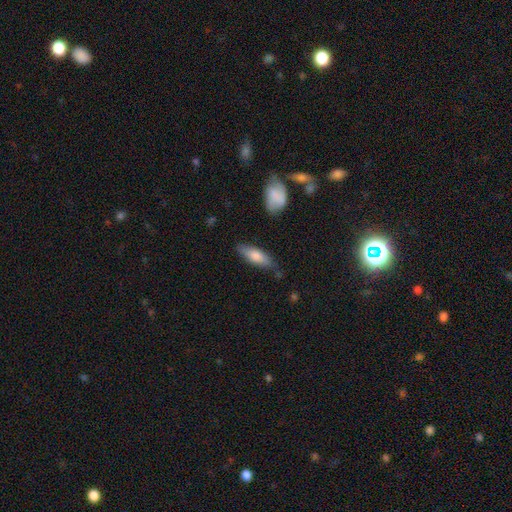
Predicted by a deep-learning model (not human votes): A smooth galaxy with no disk features (75%) that is in between round and cigar-shaped (60%). Merging: none (73%).